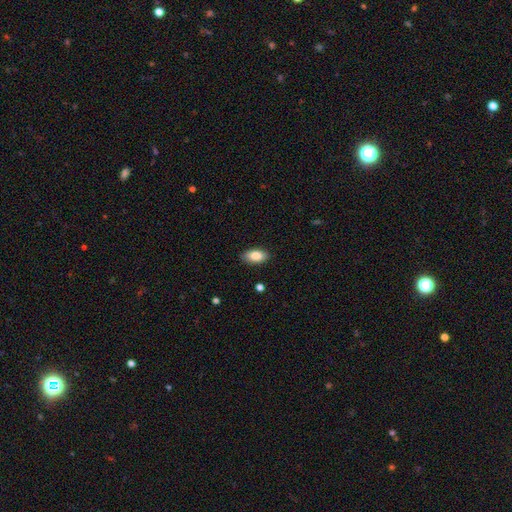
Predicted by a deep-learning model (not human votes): A smooth galaxy with no disk features (85%) that is in between round and cigar-shaped (92%). Merging: none (87%).